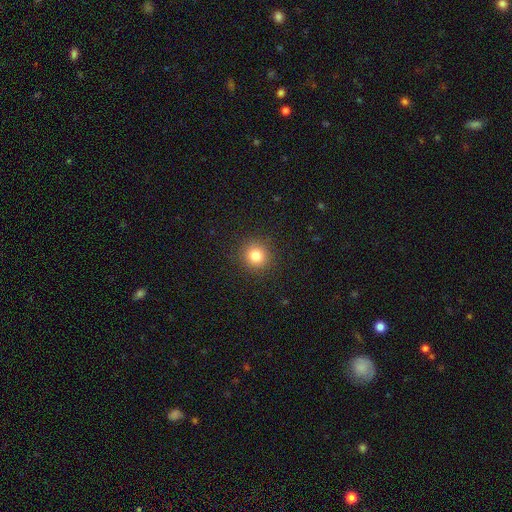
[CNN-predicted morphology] smooth 81%, star or artifact 12%, featured or disk 6%. Down the decision tree: how rounded — round (92%); merging — none (91%).